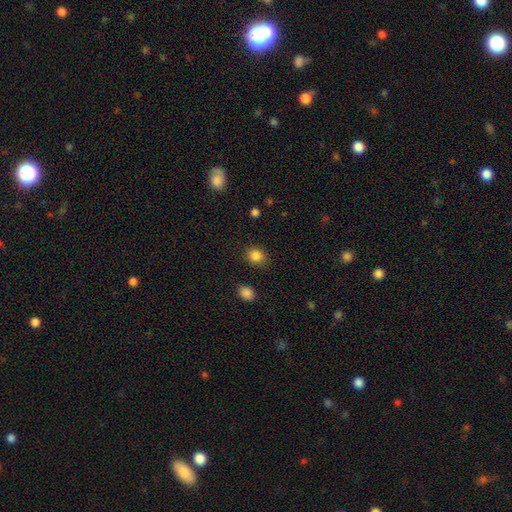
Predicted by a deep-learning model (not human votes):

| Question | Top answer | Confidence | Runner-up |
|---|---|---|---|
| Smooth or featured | smooth | 85% | star or artifact (11%) |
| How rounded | round | 66% | in between (33%) |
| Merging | none | 85% | minor disturbance (10%) |